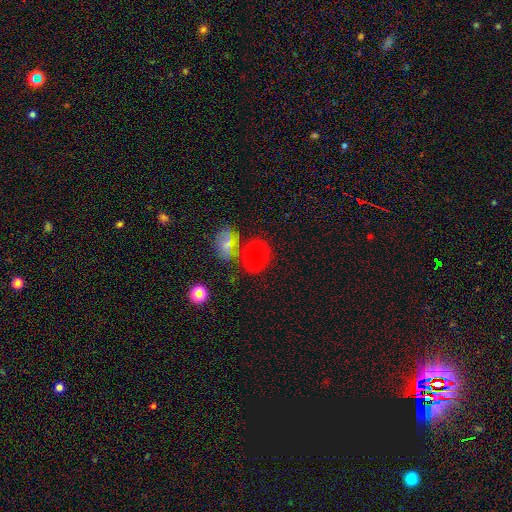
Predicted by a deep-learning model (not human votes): Morphology: type=smooth (62%); roundness=in between (64%); merging=none (51%).